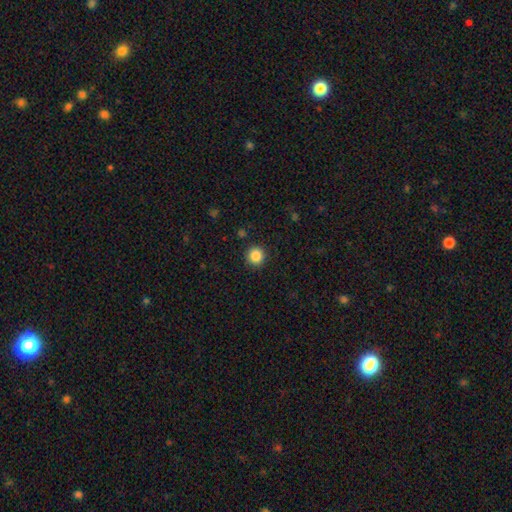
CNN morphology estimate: smooth-or-featured: smooth: 86% | star or artifact: 10% | featured or disk: 3%
  how-rounded: round: 95% | in between: 4% | cigar-shaped: 1%
  merging: none: 91% | minor disturbance: 6% | major disturbance: 2% | merger: 1%